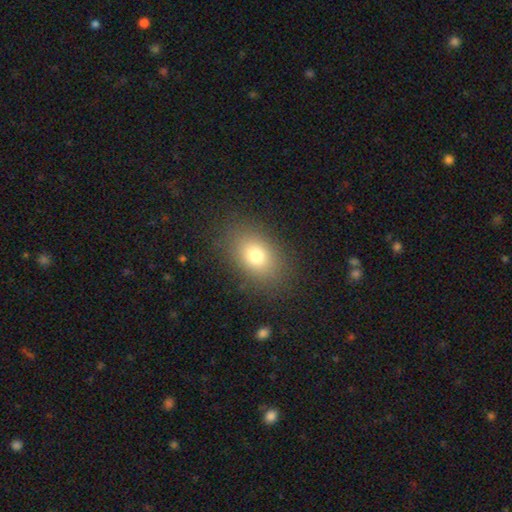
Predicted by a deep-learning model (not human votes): smooth-or-featured: smooth: 76% | star or artifact: 13% | featured or disk: 12%
  how-rounded: in between: 73% | round: 26% | cigar-shaped: 1%
  merging: none: 85% | minor disturbance: 10% | major disturbance: 5% | merger: 1%